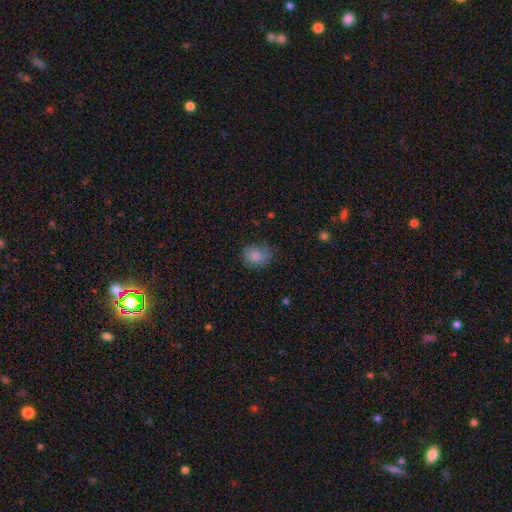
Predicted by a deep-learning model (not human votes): A smooth galaxy with no disk features (78%) that is round (50%).

Vote fractions:
- Smooth or featured? smooth: 78% / featured or disk: 13% / star or artifact: 9%
- How rounded? round: 50% / in between: 49% / cigar-shaped: 1%
- Merging? none: 60% / minor disturbance: 28% / major disturbance: 11% / merger: 2%